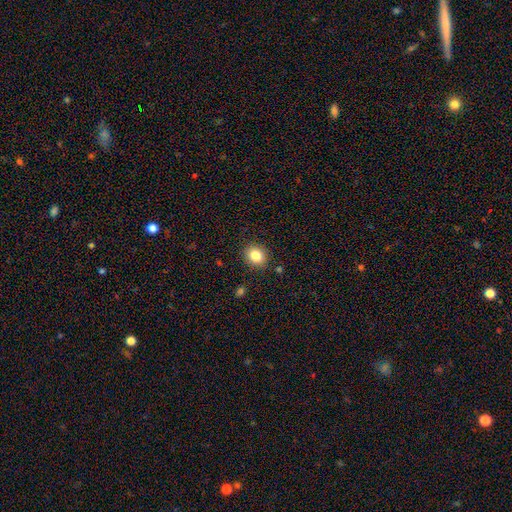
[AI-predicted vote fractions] smooth-or-featured: smooth: 84% | star or artifact: 10% | featured or disk: 6%
  how-rounded: round: 67% | in between: 32% | cigar-shaped: 1%
  merging: none: 89% | minor disturbance: 8% | major disturbance: 2% | merger: 1%